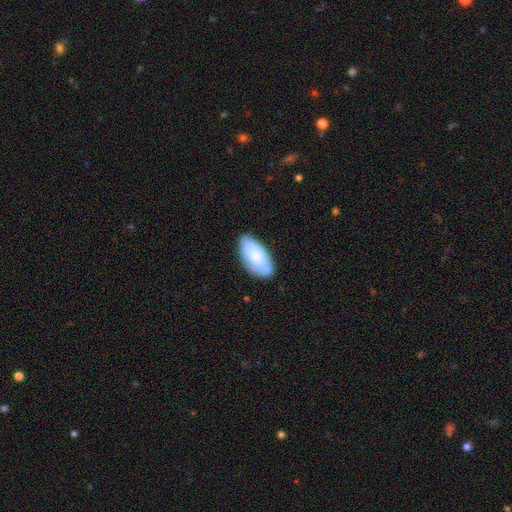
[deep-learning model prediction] Smooth or featured?
  - smooth: 73% *
  - featured or disk: 20%
  - star or artifact: 6%
How rounded?
  - in between: 95% *
  - cigar-shaped: 3%
  - round: 2%
Merging?
  - none: 69% *
  - minor disturbance: 24%
  - major disturbance: 4%
  - merger: 3%